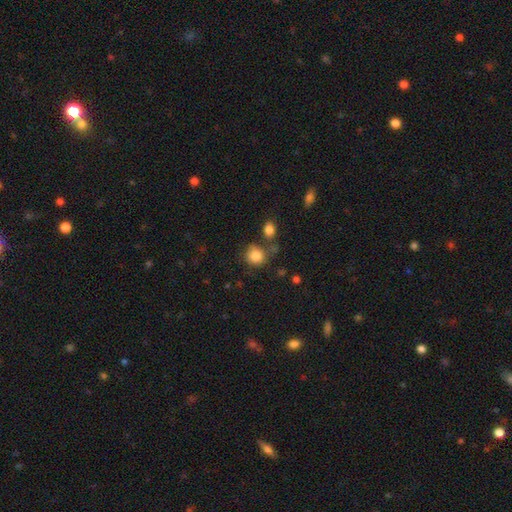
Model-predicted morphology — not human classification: Smooth or featured?
  - smooth: 85% *
  - star or artifact: 10%
  - featured or disk: 5%
How rounded?
  - round: 82% *
  - in between: 17%
  - cigar-shaped: 1%
Merging?
  - none: 64% *
  - minor disturbance: 16%
  - merger: 14%
  - major disturbance: 6%